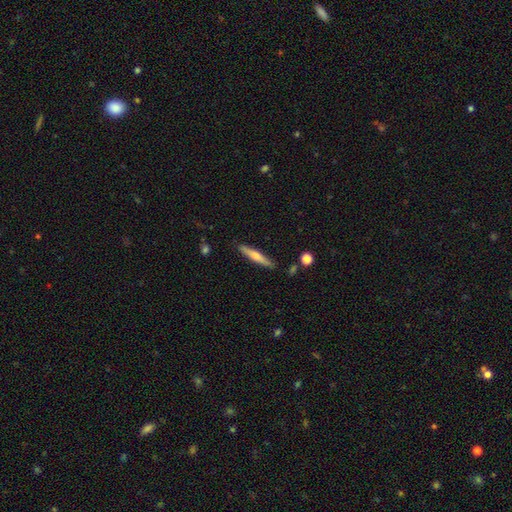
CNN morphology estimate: This appears to be a smooth galaxy with no disk features (53%) that is cigar-shaped (91%). Merging: none (87%).